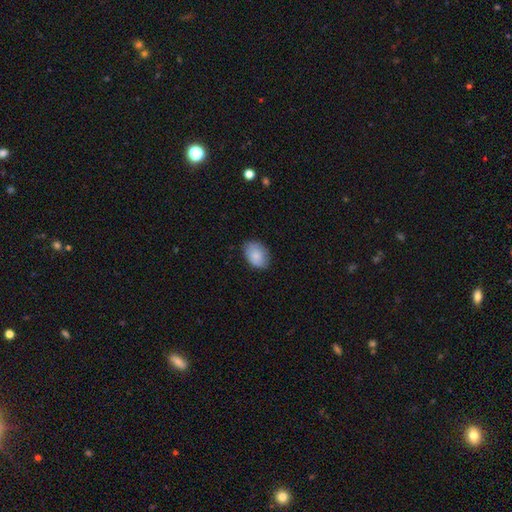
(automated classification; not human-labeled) The model was most divided on "how rounded": in between: 76%, round: 23%, cigar-shaped: 1%. More confident: smooth or featured — smooth (83%); merging — none (77%).